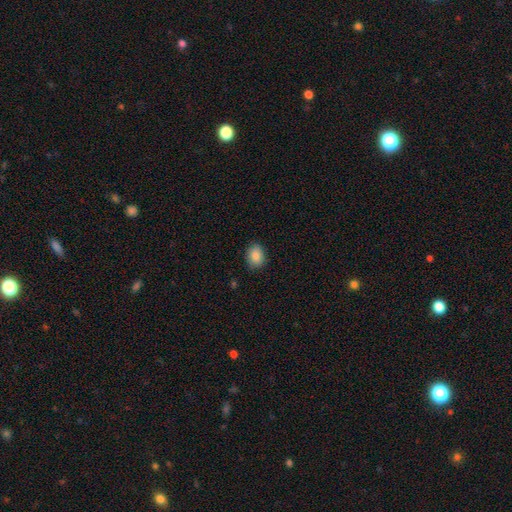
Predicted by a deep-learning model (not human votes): Q: Smooth or featured?
A: smooth (87%); runner-up: star or artifact (8%)
Q: How rounded?
A: in between (66%); runner-up: round (33%)
Q: Merging?
A: none (86%); runner-up: minor disturbance (11%)